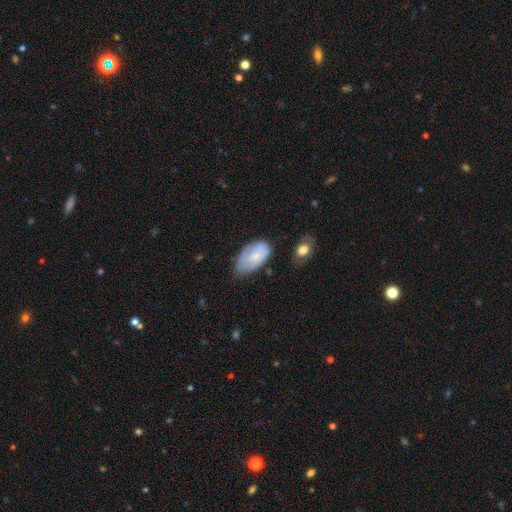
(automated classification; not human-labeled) The model was most divided on "merging": none: 45%, minor disturbance: 40%, major disturbance: 11%, merger: 4%. More confident: how rounded — in between (94%); smooth or featured — smooth (71%).